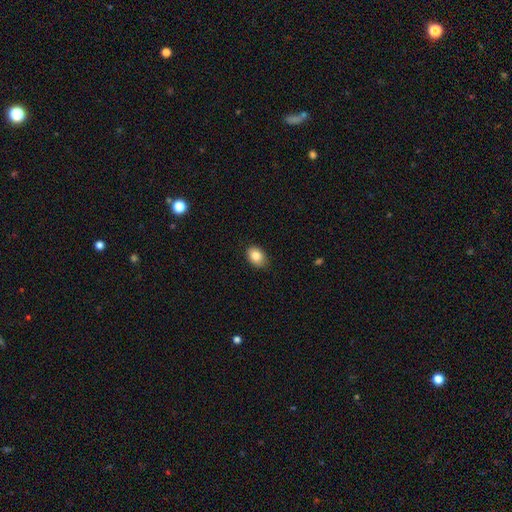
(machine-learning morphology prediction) A smooth galaxy with no disk features (85%) that is in between round and cigar-shaped (77%). Merging: none (82%).